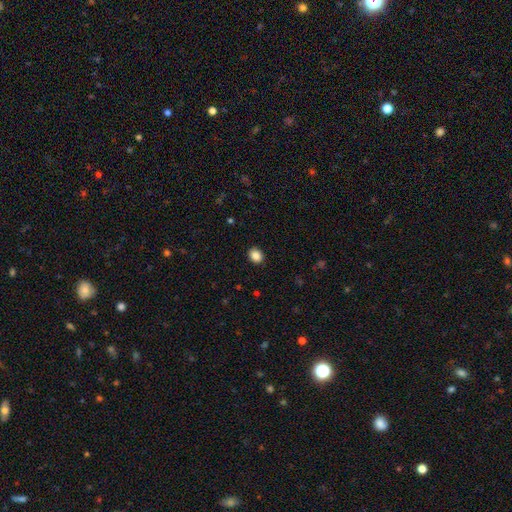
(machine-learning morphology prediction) Smooth or featured? Predicted: smooth (p=0.87). How rounded? Predicted: round (p=0.51). Merging? Predicted: none (p=0.91).